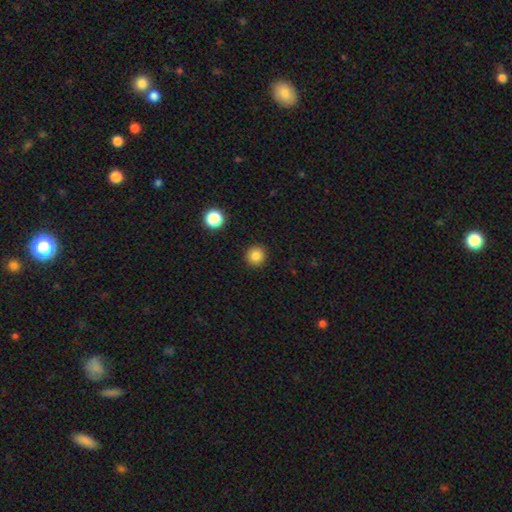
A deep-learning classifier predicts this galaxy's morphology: The model was most divided on "smooth or featured": smooth: 85%, star or artifact: 11%, featured or disk: 5%. More confident: how rounded — round (94%); merging — none (92%).